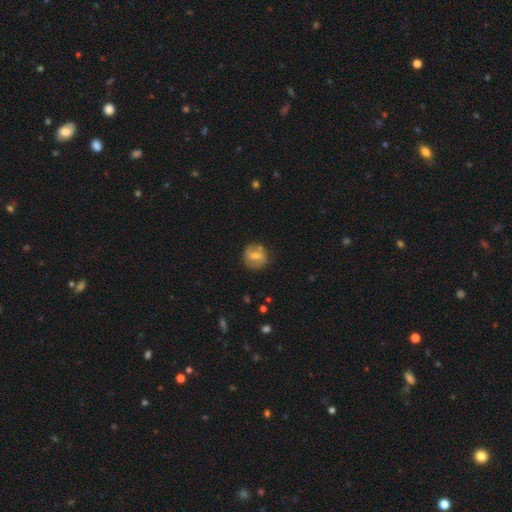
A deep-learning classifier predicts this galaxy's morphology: Smooth or featured? Predicted: smooth (p=0.48). Merging? Predicted: none (p=0.75).